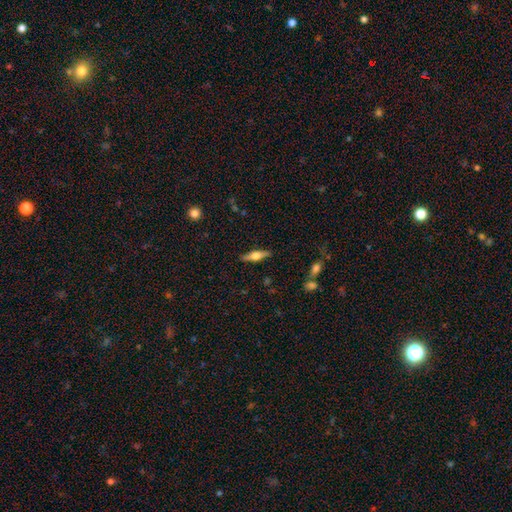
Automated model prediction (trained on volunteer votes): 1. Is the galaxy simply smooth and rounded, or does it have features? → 57% featured or disk, 36% smooth, 6% star or artifact.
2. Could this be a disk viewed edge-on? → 95% yes, 5% no.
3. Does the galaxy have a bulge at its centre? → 91% rounded, 7% boxy, 2% none.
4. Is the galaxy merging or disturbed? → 88% none, 9% minor disturbance, 2% major disturbance, 1% merger.